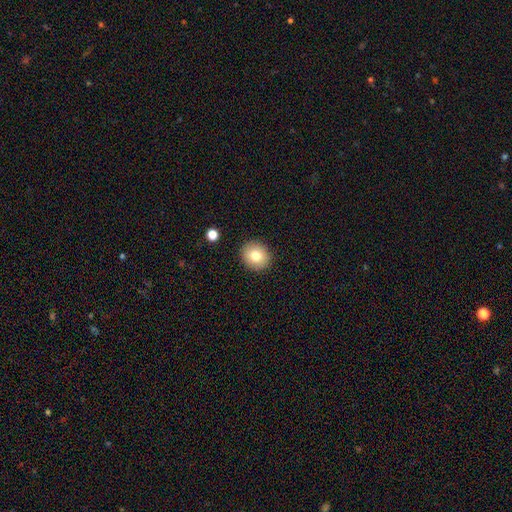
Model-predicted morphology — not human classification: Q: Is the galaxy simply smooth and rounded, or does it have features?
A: smooth — 79%.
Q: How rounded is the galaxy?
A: round — 82%.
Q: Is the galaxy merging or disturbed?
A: none — 91%.